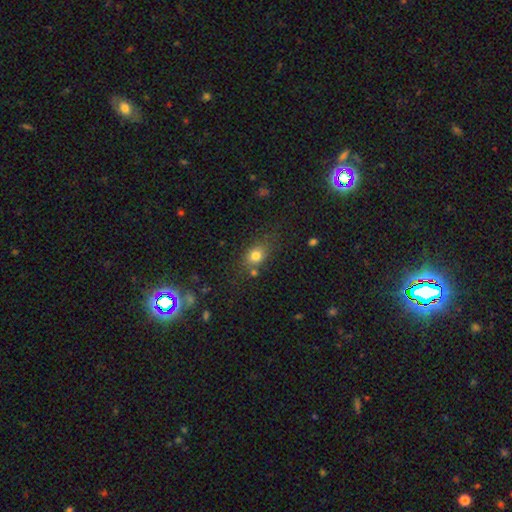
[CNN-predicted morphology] The model was most divided on "how rounded": in between: 53%, round: 45%, cigar-shaped: 3%. More confident: smooth or featured — smooth (78%); merging — none (67%).